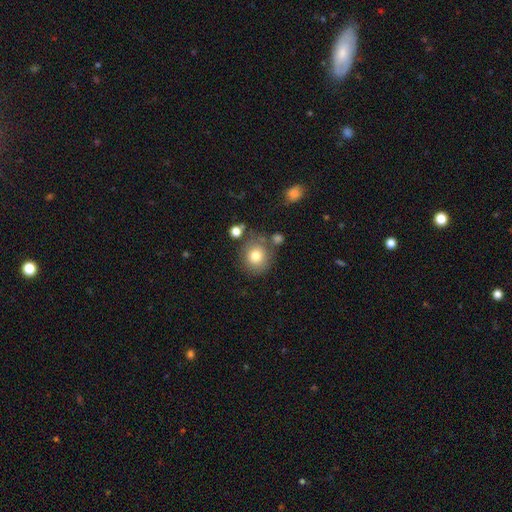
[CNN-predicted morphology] smooth-or-featured: smooth: 78% | featured or disk: 12% | star or artifact: 11%
  how-rounded: round: 87% | in between: 13% | cigar-shaped: 1%
  merging: none: 72% | minor disturbance: 14% | merger: 9% | major disturbance: 5%